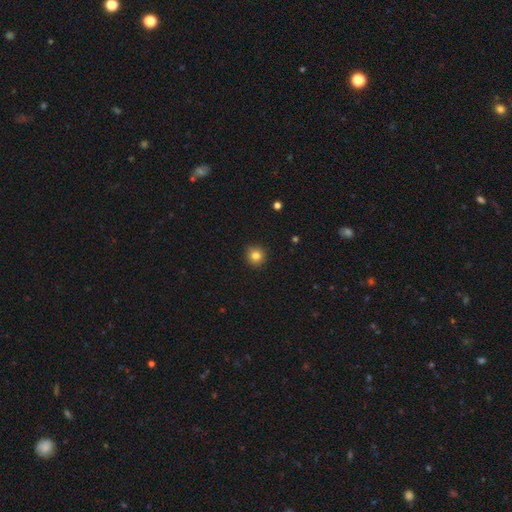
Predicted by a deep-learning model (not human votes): Q: Smooth or featured?
A: smooth (83%); runner-up: star or artifact (11%)
Q: How rounded?
A: round (93%); runner-up: in between (7%)
Q: Merging?
A: none (89%); runner-up: minor disturbance (8%)